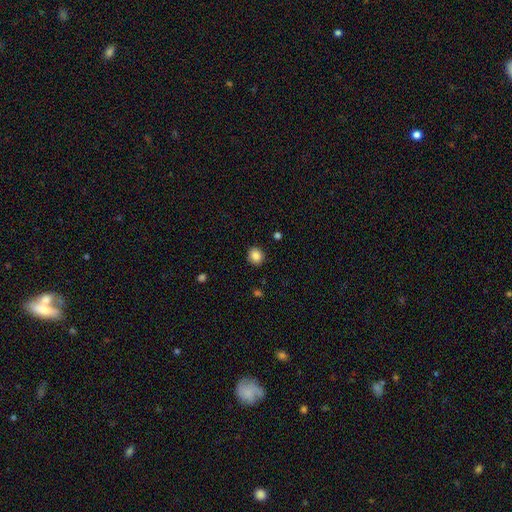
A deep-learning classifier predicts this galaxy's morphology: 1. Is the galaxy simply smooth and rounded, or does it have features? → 85% smooth, 10% star or artifact, 5% featured or disk.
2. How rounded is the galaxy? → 85% round, 14% in between, 1% cigar-shaped.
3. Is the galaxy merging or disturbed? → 91% none, 6% minor disturbance, 2% major disturbance, 1% merger.